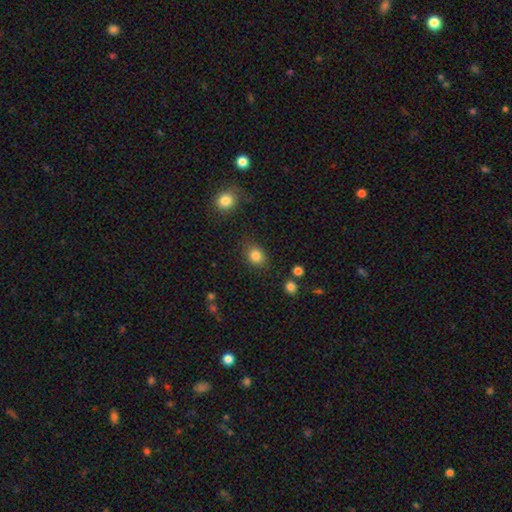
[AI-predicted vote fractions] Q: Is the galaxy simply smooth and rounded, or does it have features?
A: smooth — 84%.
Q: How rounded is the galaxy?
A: round — 59%.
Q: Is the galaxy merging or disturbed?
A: none — 82%.